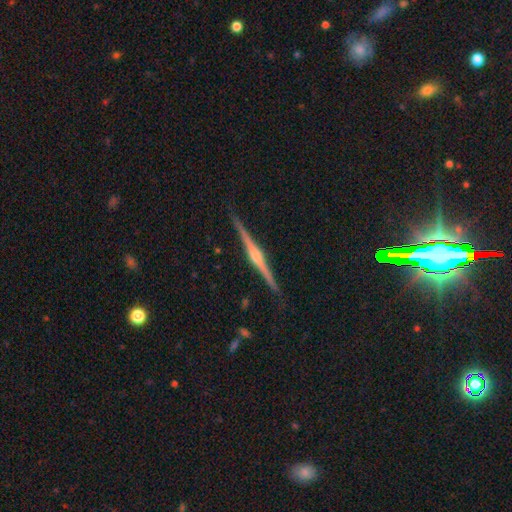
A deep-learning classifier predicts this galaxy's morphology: Smooth or featured? featured or disk (86%)
Edge-on disk? yes (99%)
Edge-on bulge? rounded (87%)
Merging? none (90%)